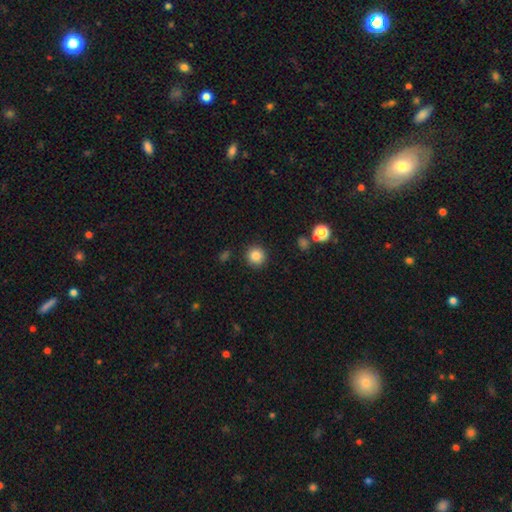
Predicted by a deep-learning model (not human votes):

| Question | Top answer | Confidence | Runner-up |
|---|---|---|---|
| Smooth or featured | smooth | 85% | star or artifact (10%) |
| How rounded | round | 93% | in between (6%) |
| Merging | none | 90% | minor disturbance (6%) |